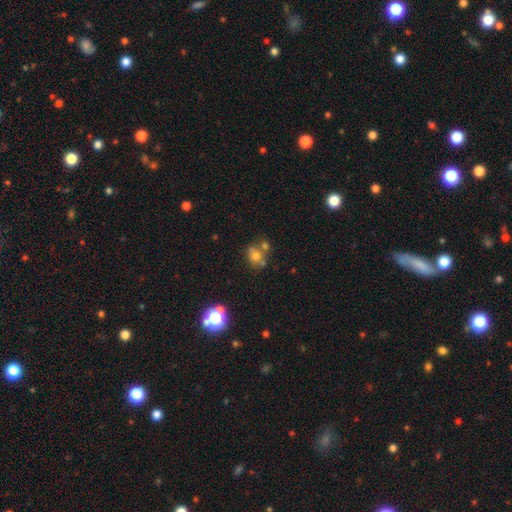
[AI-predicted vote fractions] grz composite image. It shows a smooth galaxy with no disk features (65%) that is round (61%). Merging: none (48%).